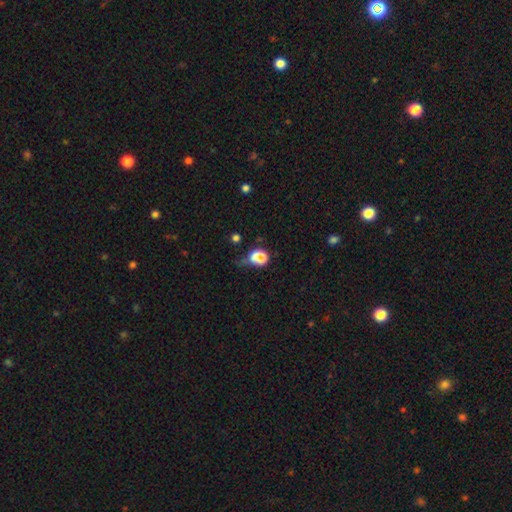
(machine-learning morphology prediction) type=smooth (75%); roundness=round (62%); merging=none (33%).